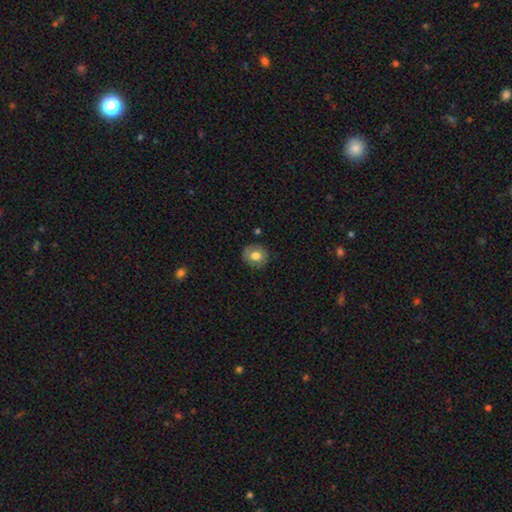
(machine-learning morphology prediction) Smooth or featured? Predicted: smooth (p=0.76). How rounded? Predicted: round (p=0.81). Merging? Predicted: none (p=0.83).